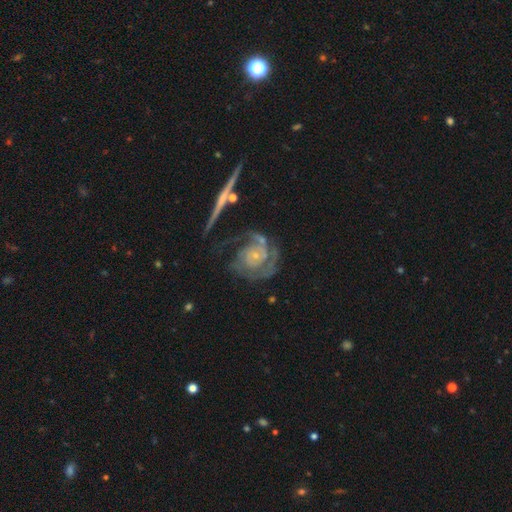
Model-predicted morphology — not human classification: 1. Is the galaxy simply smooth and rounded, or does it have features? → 86% featured or disk, 7% smooth, 6% star or artifact.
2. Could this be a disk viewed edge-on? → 97% no, 3% yes.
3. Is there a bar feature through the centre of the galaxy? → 76% no, 18% weak, 6% strong.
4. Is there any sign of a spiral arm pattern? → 95% yes, 5% no.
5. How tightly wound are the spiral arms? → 57% tight, 33% medium, 9% loose.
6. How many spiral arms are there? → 47% 2, 18% can't tell, 18% 3, 7% 1, 5% 4, 4% more than 4.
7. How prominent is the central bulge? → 77% small, 15% moderate, 5% none, 2% large, 1% dominant.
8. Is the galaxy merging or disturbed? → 53% none, 21% major disturbance, 19% minor disturbance, 7% merger.